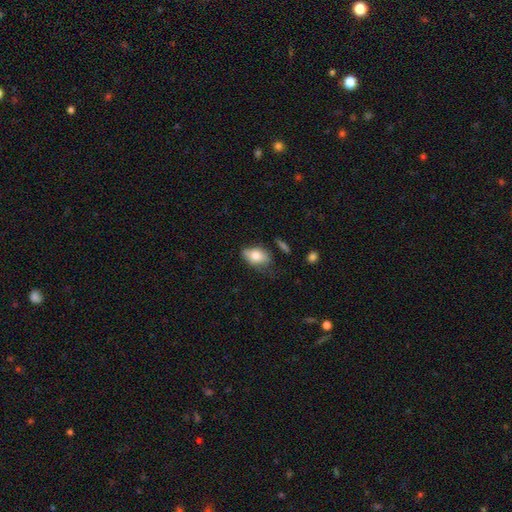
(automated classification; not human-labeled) smooth 75%, featured or disk 18%, star or artifact 8%. Down the decision tree: how rounded — in between (87%); merging — none (55%).